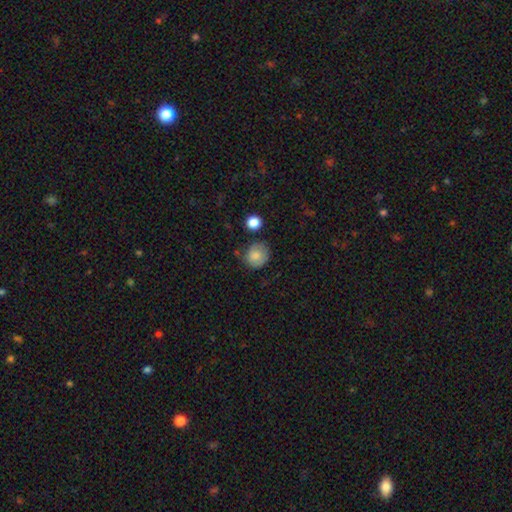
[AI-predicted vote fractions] Q: Smooth or featured?
A: smooth (83%); runner-up: star or artifact (9%)
Q: How rounded?
A: round (85%); runner-up: in between (14%)
Q: Merging?
A: none (71%); runner-up: minor disturbance (19%)